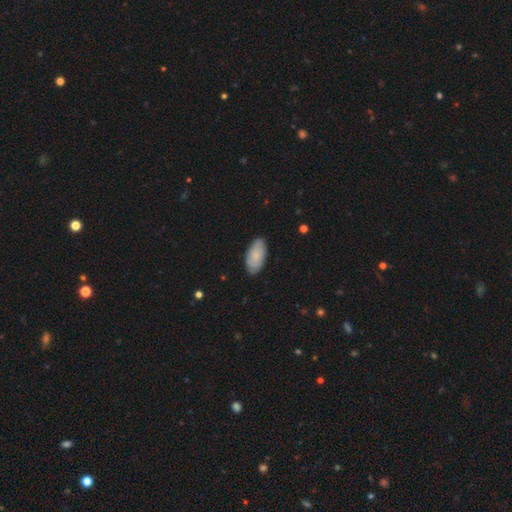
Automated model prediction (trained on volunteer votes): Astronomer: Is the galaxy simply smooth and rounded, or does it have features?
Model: smooth — 75%.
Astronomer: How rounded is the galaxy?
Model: in between — 94%.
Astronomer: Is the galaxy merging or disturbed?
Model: none — 85%.